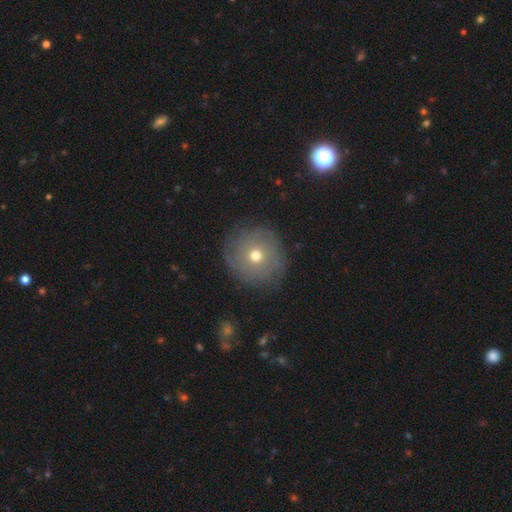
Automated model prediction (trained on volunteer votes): smooth_or_featured: smooth (p=0.47) [alt: featured or disk p=0.41]
merging: none (p=0.83) [alt: minor disturbance p=0.11]